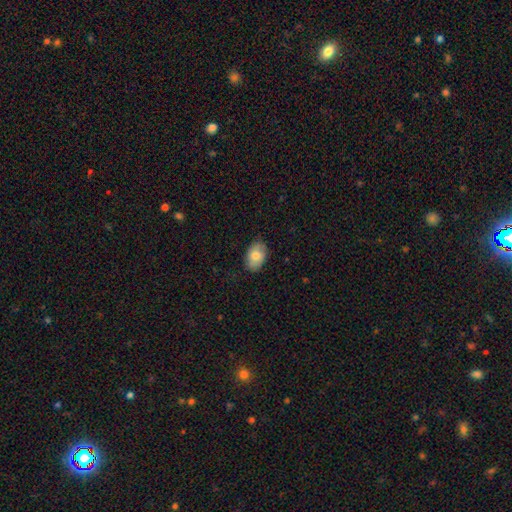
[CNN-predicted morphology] Smooth or featured? smooth (79%)
How rounded? in between (89%)
Merging? none (83%)